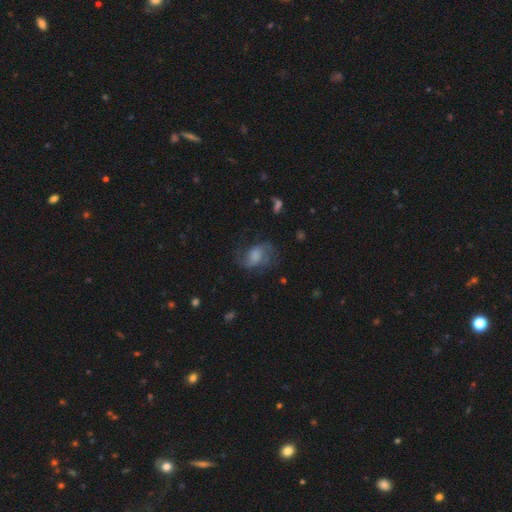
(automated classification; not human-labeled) smooth_or_featured: featured or disk (p=0.57) [alt: smooth p=0.33]
disk_edge_on: no (p=0.97) [alt: yes p=0.03]
bar: no (p=0.55) [alt: weak p=0.37]
has_spiral_arms: yes (p=0.86) [alt: no p=0.14]
bulge_size: none (p=0.30) [alt: large p=0.26]
merging: none (p=0.56) [alt: minor disturbance p=0.21]